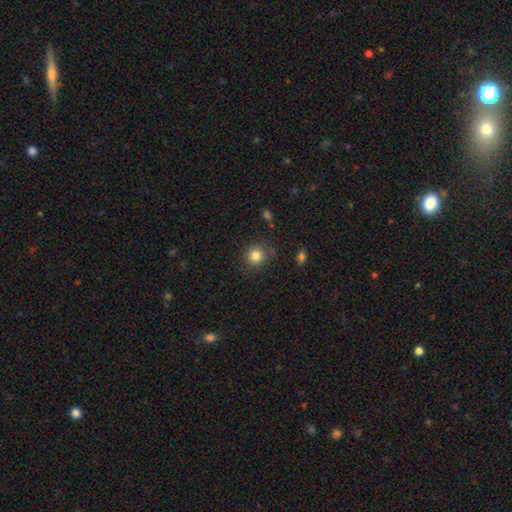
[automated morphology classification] Smooth or featured? Predicted: smooth (p=0.83). How rounded? Predicted: round (p=0.90). Merging? Predicted: none (p=0.82).